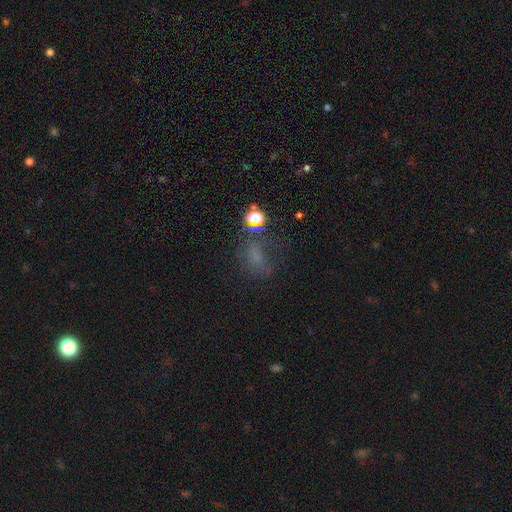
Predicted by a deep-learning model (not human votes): This is possibly a smooth galaxy (47%). Merging: marginally none (42%).